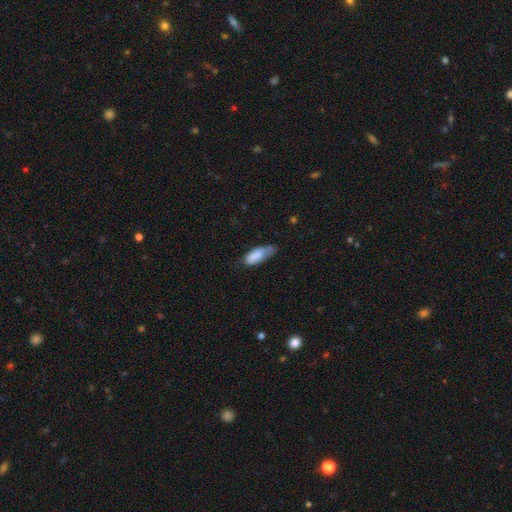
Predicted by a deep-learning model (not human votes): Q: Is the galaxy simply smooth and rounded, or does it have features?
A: smooth — 81%.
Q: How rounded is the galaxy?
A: in between — 76%.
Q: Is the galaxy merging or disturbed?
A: minor disturbance — 42%.